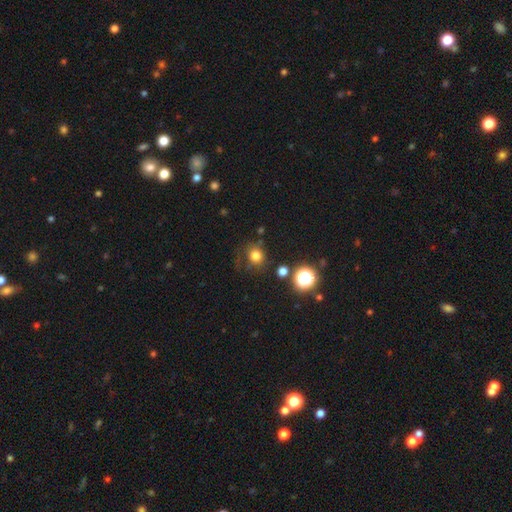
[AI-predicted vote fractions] The model was most divided on "merging": none: 69%, minor disturbance: 16%, major disturbance: 10%, merger: 5%. More confident: how rounded — round (85%); smooth or featured — smooth (76%).